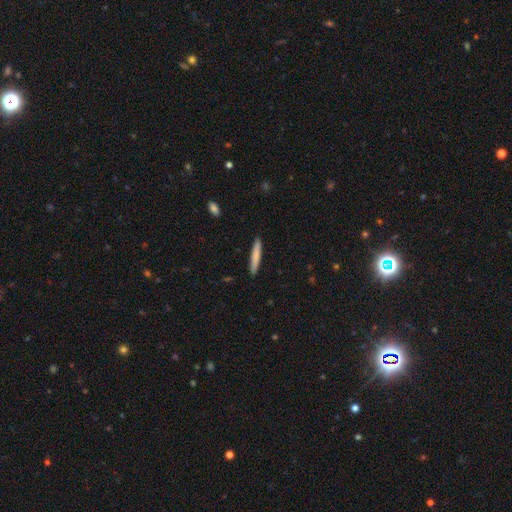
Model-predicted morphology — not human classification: A smooth galaxy with no disk features (79%) that is cigar-shaped (94%). Merging: none (91%).